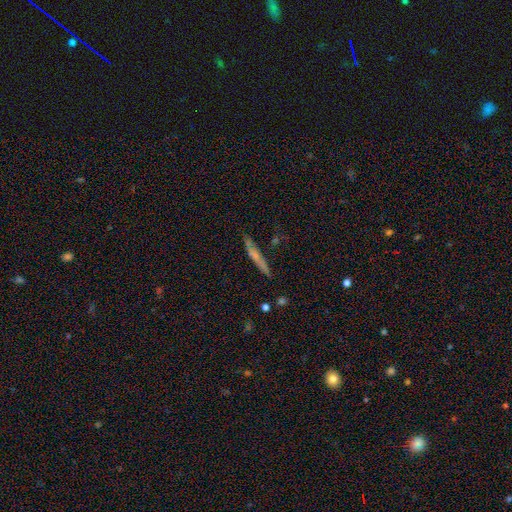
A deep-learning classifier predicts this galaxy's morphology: smooth-or-featured: smooth: 50% | featured or disk: 41% | star or artifact: 8%
  how-rounded: cigar-shaped: 94% | in between: 4% | round: 2%
  merging: none: 83% | minor disturbance: 13% | major disturbance: 2% | merger: 2%